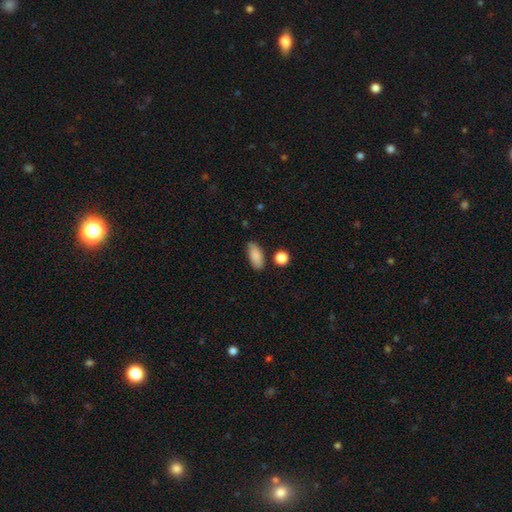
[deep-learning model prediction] Morphology: type=smooth (85%); roundness=in between (83%); merging=none (75%).